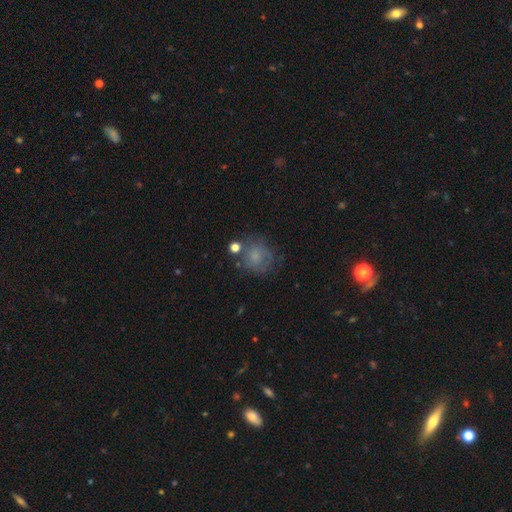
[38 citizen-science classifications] This is likely a smooth galaxy (63%). How rounded: clearly round (92%). Merging: marginally none (41%).